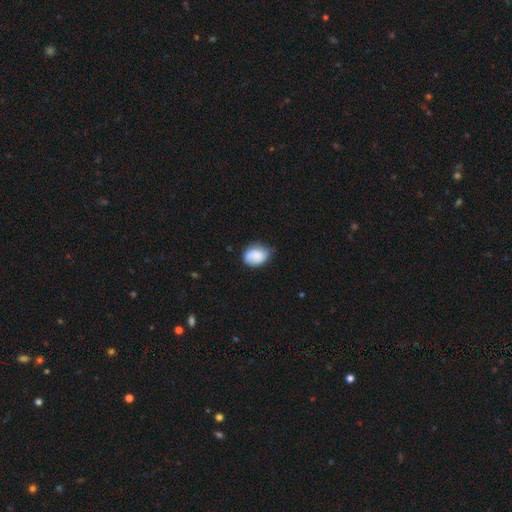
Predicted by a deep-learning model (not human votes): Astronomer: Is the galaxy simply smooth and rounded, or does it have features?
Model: smooth — 75%.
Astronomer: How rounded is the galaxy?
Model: in between — 65%.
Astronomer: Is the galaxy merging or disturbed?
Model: none — 59%.